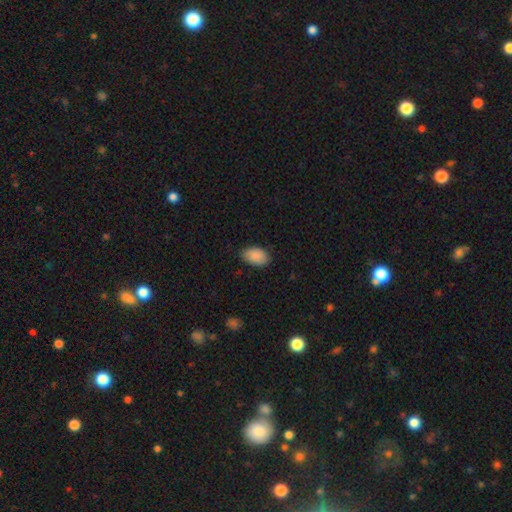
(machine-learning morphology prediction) Smooth or featured?
  - smooth: 89% *
  - star or artifact: 7%
  - featured or disk: 4%
How rounded?
  - in between: 92% *
  - round: 7%
  - cigar-shaped: 1%
Merging?
  - none: 81% *
  - minor disturbance: 16%
  - major disturbance: 3%
  - merger: 1%